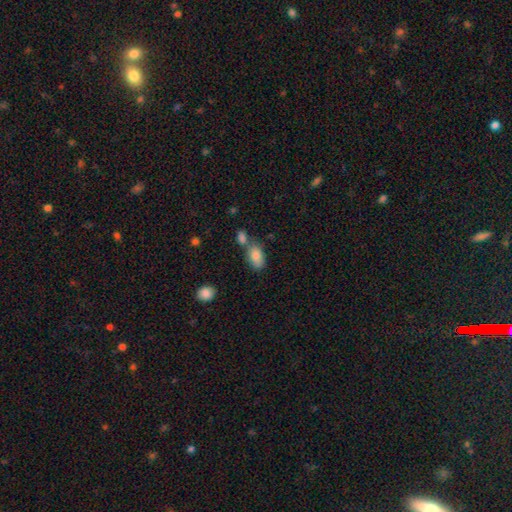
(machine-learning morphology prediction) Smooth or featured?
  - smooth: 84% *
  - featured or disk: 8%
  - star or artifact: 8%
How rounded?
  - in between: 91% *
  - round: 7%
  - cigar-shaped: 2%
Merging?
  - none: 49% *
  - merger: 30%
  - minor disturbance: 16%
  - major disturbance: 5%